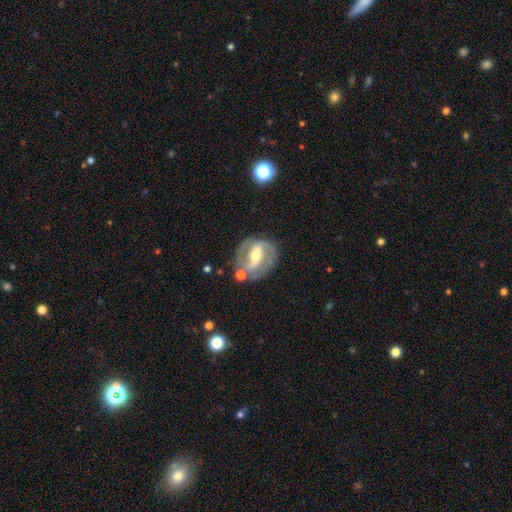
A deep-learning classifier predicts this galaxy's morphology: This is clearly a featured or disk galaxy (83%). It is clearly not viewed edge-on (96%). Bar: likely strong (60%). Spiral arm pattern: clearly yes (88%). Spiral arm count: clearly 2 (86%). Spiral winding: possibly medium (47%). Central bulge: possibly moderate (58%). Merging: likely none (75%).